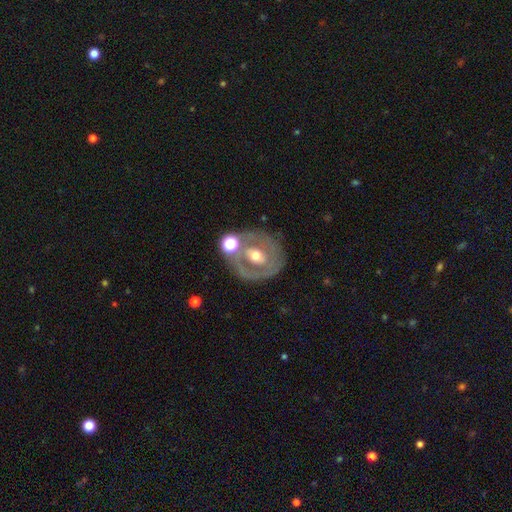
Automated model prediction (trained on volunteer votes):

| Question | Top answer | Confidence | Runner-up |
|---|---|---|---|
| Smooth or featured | featured or disk | 62% | smooth (30%) |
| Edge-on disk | no | 94% | yes (6%) |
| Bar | no | 56% | weak (29%) |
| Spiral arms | no | 72% | yes (28%) |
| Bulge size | moderate | 73% | small (15%) |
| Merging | none | 63% | minor disturbance (15%) |